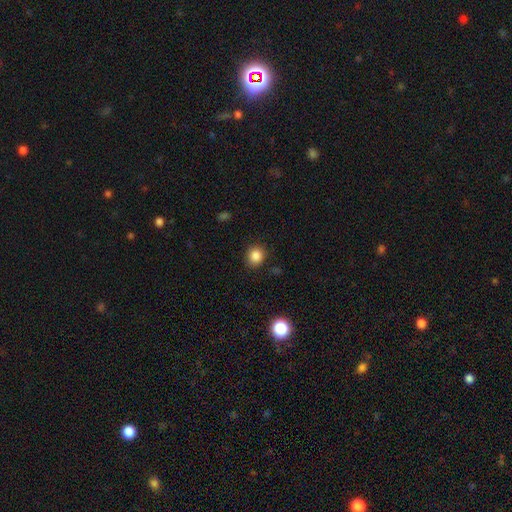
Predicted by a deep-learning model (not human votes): Smooth or featured? smooth (85%)
How rounded? round (80%)
Merging? none (88%)